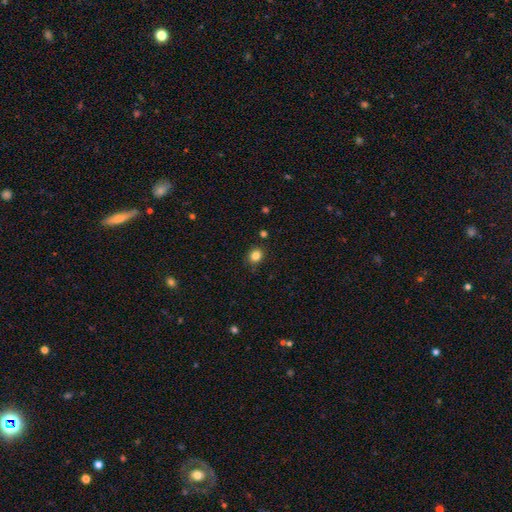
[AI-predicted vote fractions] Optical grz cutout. It shows a smooth galaxy with no disk features (84%) that is round (79%). Merging: none (86%).